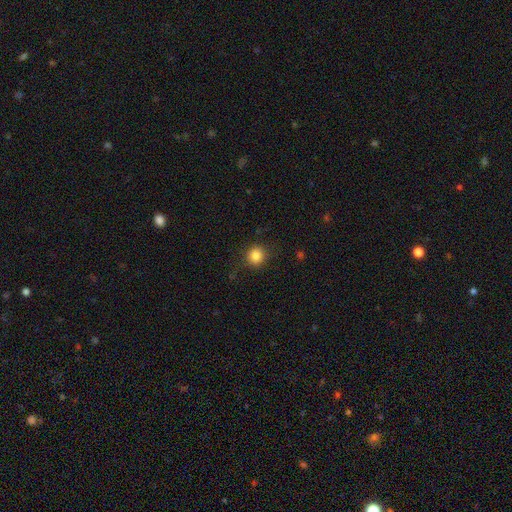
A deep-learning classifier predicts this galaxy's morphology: Overall: smooth (85%). How rounded: round (90%). Merging: none (85%).